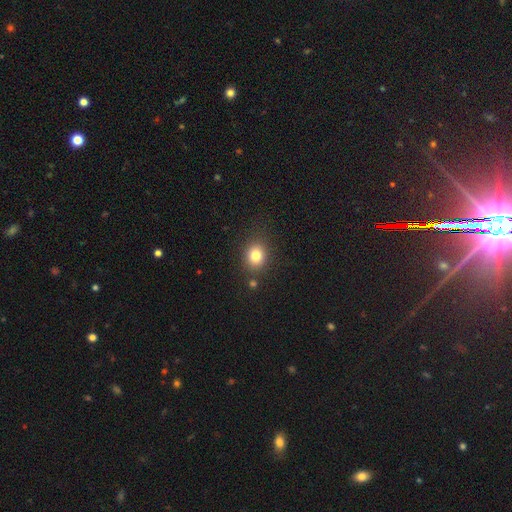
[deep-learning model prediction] The model was most divided on "how rounded": round: 65%, in between: 35%, cigar-shaped: 1%. More confident: merging — none (82%); smooth or featured — smooth (81%).